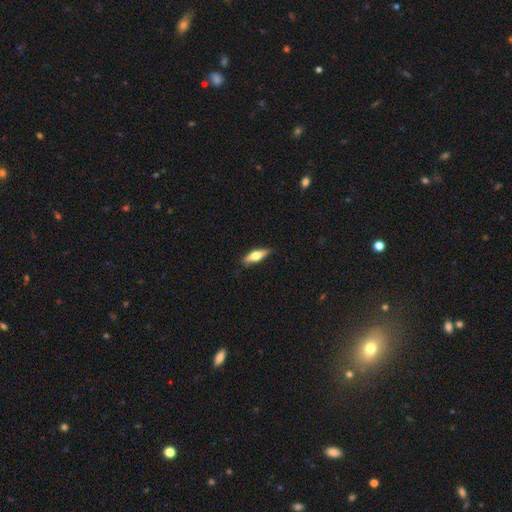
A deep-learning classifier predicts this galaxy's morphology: Smooth or featured? Predicted: featured or disk (p=0.48). Merging? Predicted: none (p=0.86).